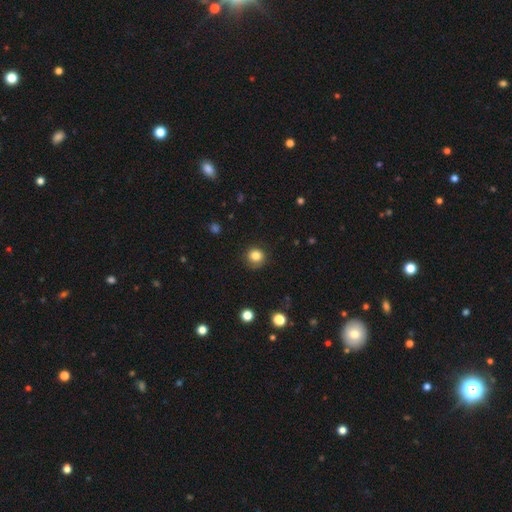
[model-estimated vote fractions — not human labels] The model was most divided on "smooth or featured": smooth: 83%, star or artifact: 12%, featured or disk: 6%. More confident: how rounded — round (91%); merging — none (85%).